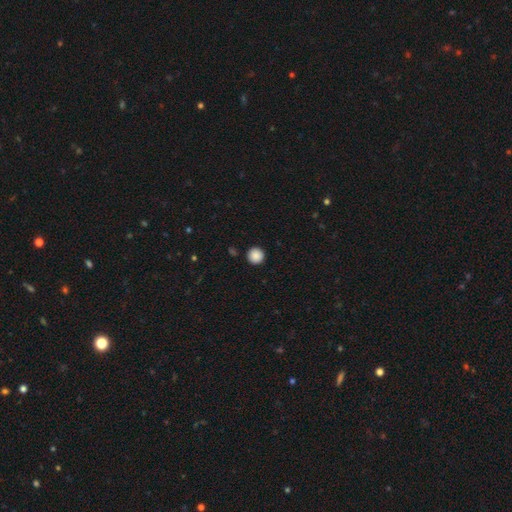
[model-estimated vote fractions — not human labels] Smooth or featured? smooth (88%)
How rounded? round (96%)
Merging? none (93%)